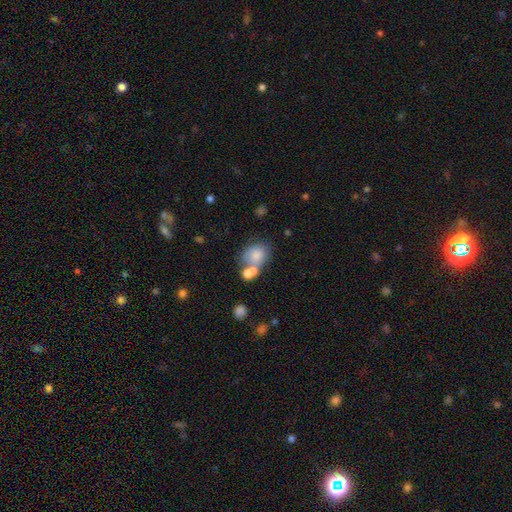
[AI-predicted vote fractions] smooth-or-featured: smooth: 72% | featured or disk: 18% | star or artifact: 10%
  how-rounded: in between: 59% | round: 40% | cigar-shaped: 1%
  merging: none: 39% | merger: 38% | minor disturbance: 15% | major disturbance: 8%